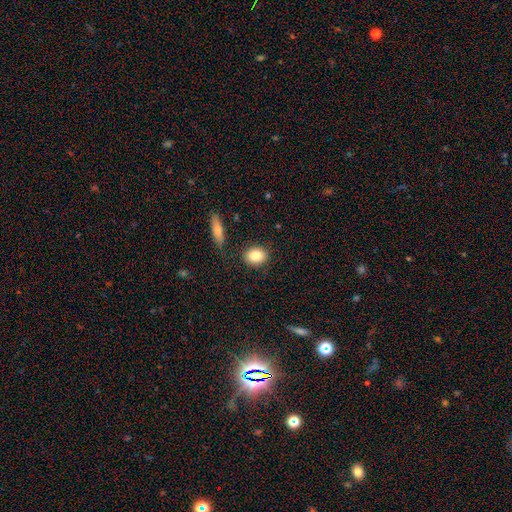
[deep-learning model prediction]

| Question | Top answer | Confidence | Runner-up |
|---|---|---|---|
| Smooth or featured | smooth | 85% | star or artifact (8%) |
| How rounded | in between | 57% | round (41%) |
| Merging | none | 85% | minor disturbance (9%) |